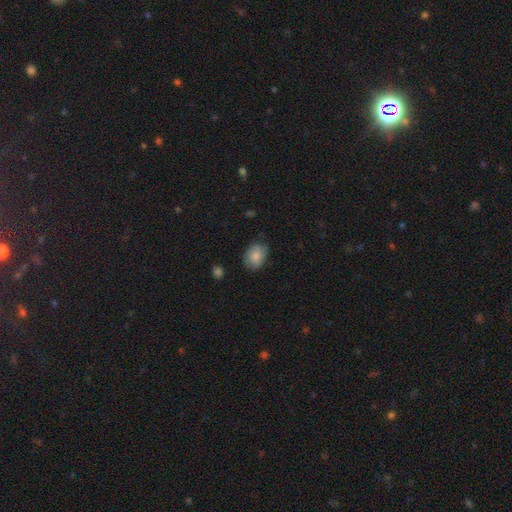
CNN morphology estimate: Q: Smooth or featured?
A: smooth (81%); runner-up: featured or disk (12%)
Q: How rounded?
A: in between (74%); runner-up: round (24%)
Q: Merging?
A: none (68%); runner-up: minor disturbance (25%)